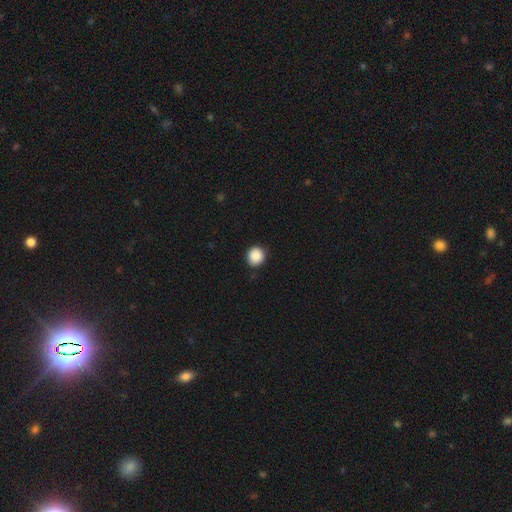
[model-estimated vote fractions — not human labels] A smooth galaxy with no disk features (89%) that is round (91%). Merging: none (89%).